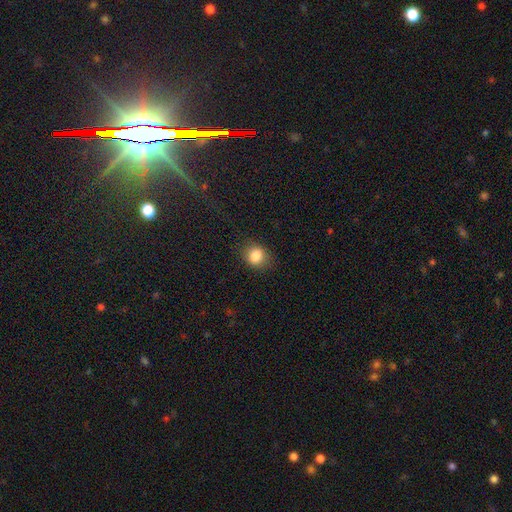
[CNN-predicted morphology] This appears to be a smooth galaxy with no disk features (84%) that is round (63%). Merging: none (80%).